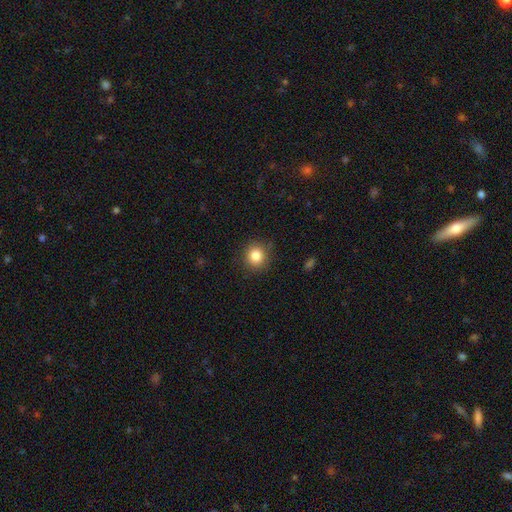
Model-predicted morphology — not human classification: Q: Smooth or featured?
A: smooth (84%); runner-up: star or artifact (10%)
Q: How rounded?
A: round (90%); runner-up: in between (9%)
Q: Merging?
A: none (88%); runner-up: minor disturbance (8%)